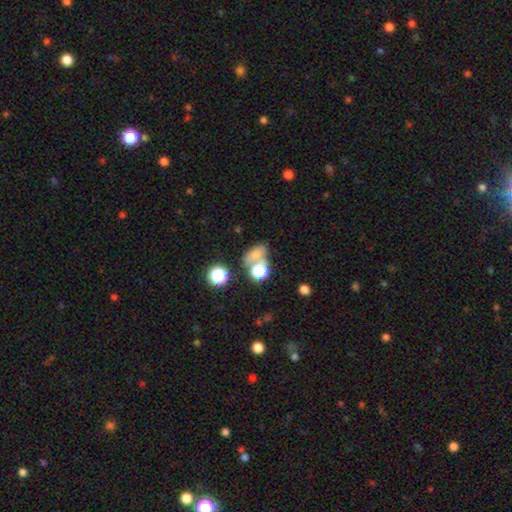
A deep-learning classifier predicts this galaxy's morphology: smooth 63%, star or artifact 22%, featured or disk 14%. Down the decision tree: how rounded — in between (62%); merging — none (42%).